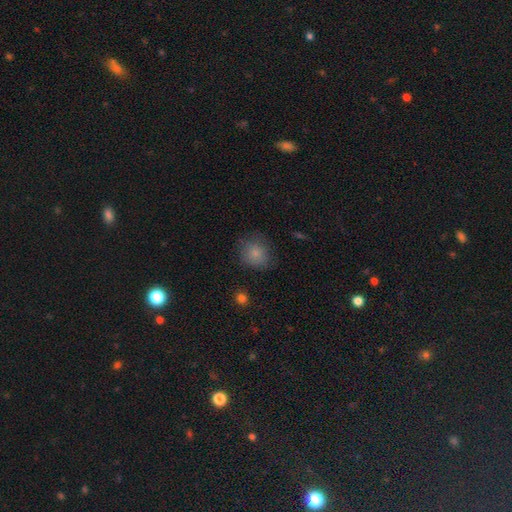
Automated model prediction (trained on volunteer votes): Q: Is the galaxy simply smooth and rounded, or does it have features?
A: smooth — 71%.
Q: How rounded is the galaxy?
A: round — 81%.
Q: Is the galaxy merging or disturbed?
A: none — 81%.